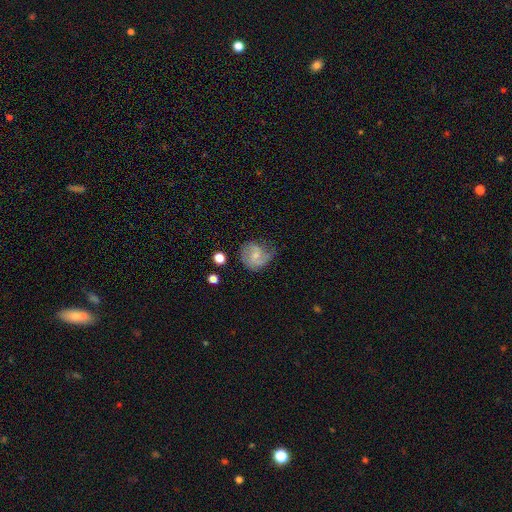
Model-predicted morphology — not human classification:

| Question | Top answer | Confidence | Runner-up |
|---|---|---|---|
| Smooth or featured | featured or disk | 63% | smooth (29%) |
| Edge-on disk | no | 98% | yes (2%) |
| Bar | no | 50% | weak (44%) |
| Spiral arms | yes | 89% | no (11%) |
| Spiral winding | medium | 44% | tight (30%) |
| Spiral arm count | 2 | 62% | can't tell (16%) |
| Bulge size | small | 58% | moderate (29%) |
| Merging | none | 55% | minor disturbance (29%) |